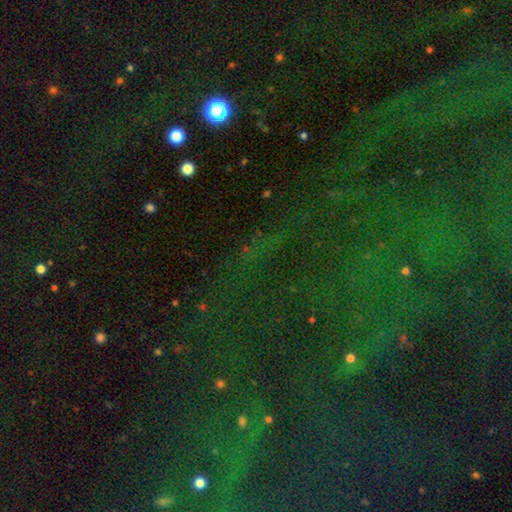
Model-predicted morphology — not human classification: star or artifact 79%, smooth 11%, featured or disk 9%.